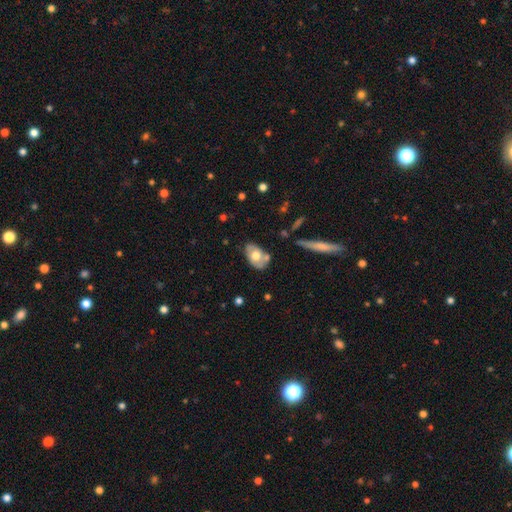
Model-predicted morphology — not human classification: Smooth or featured? Predicted: smooth (p=0.52). How rounded? Predicted: in between (p=0.87). Merging? Predicted: none (p=0.63).